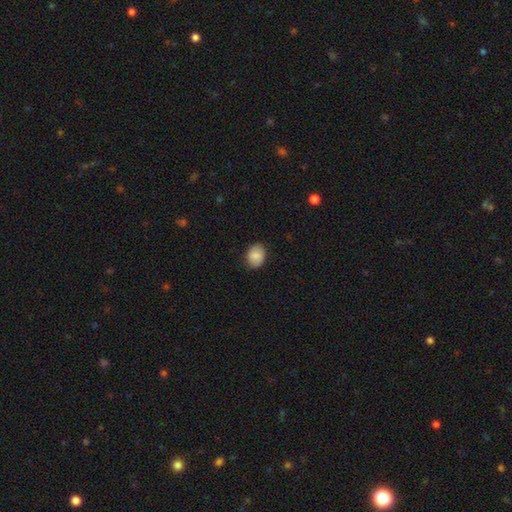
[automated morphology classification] A smooth galaxy with no disk features (86%) that is in between round and cigar-shaped (50%).

Vote fractions:
- Smooth or featured? smooth: 86% / star or artifact: 7% / featured or disk: 6%
- How rounded? in between: 50% / round: 49% / cigar-shaped: 1%
- Merging? none: 86% / minor disturbance: 10% / major disturbance: 2% / merger: 1%